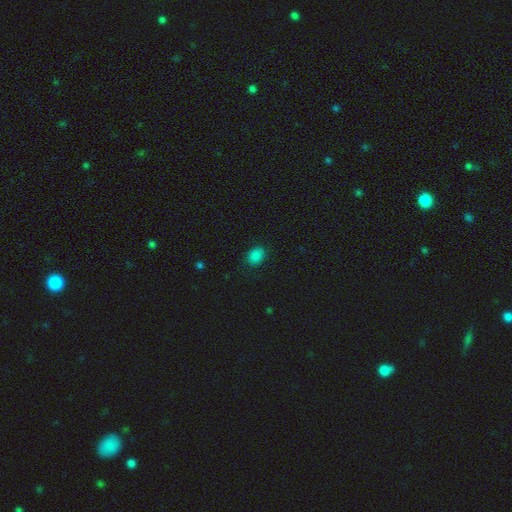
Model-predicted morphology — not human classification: A smooth galaxy with no disk features (84%) that is in between round and cigar-shaped (65%). Merging: none (85%).